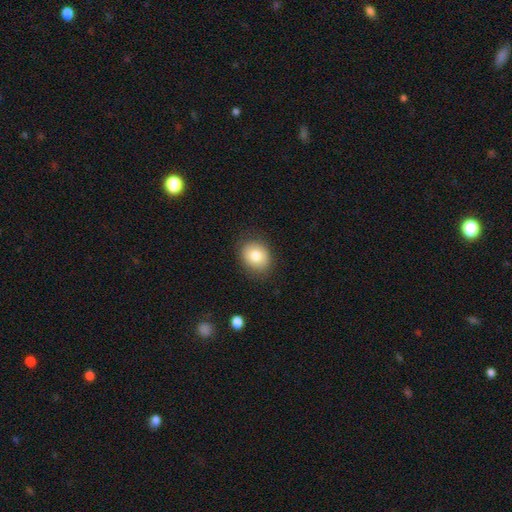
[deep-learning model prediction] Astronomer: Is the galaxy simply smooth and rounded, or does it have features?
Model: smooth — 79%.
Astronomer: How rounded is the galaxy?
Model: round — 55% (runner-up: in between, 45%).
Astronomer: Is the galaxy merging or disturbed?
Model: none — 84%.